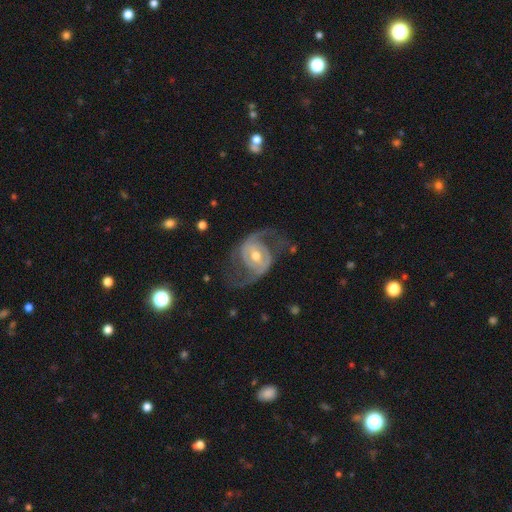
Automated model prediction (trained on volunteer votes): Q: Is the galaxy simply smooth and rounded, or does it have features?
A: featured or disk — 90%.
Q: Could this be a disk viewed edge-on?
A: no — 97%.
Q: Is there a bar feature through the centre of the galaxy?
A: weak — 43%.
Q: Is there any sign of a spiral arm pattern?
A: yes — 97%.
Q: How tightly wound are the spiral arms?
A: medium — 49%.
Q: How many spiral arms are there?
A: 2 — 92%.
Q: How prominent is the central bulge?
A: moderate — 68%.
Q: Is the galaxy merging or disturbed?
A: none — 70%.